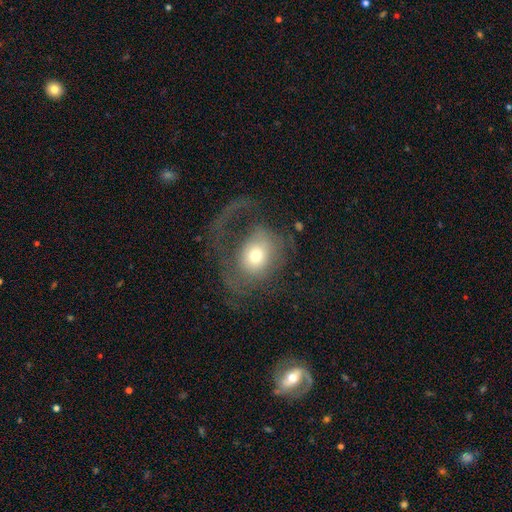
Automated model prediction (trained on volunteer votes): Smooth or featured? featured or disk (49%)
Merging? major disturbance (54%)